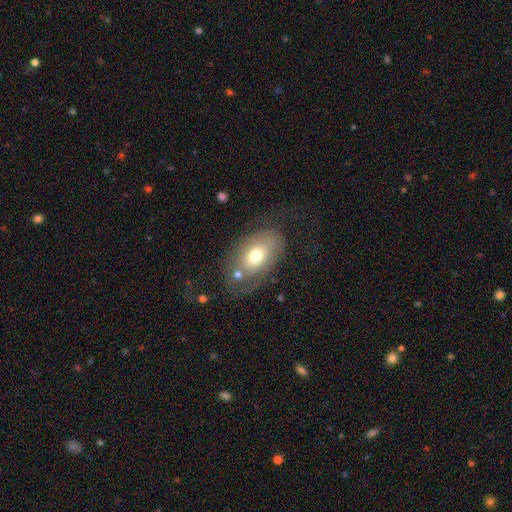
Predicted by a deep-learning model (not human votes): Smooth or featured? Predicted: smooth (p=0.61). How rounded? Predicted: in between (p=0.86). Merging? Predicted: none (p=0.52).